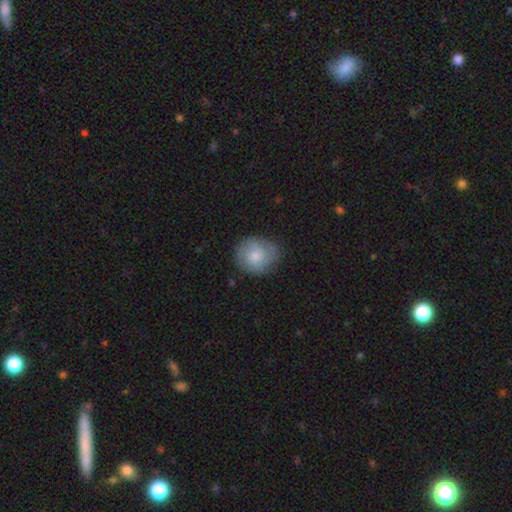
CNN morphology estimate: Overall: smooth (58%; featured or disk 36%). How rounded: round (80%). Merging: none (72%).